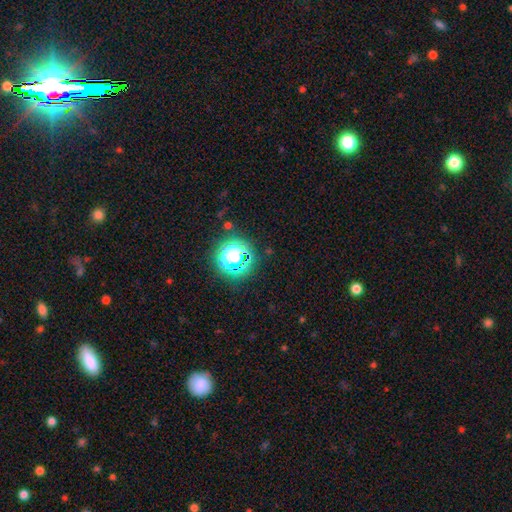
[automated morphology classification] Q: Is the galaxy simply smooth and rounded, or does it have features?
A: star or artifact — 75%.